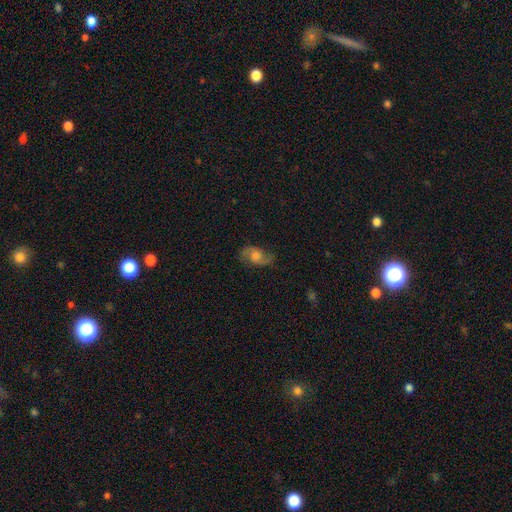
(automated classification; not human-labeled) Morphology: type=featured or disk (64%); edge-on=no (94%); bar=no (62%); spiral arms=yes (91%); winding=loose (50%); arm count=2 (89%); bulge=moderate (44%); merging=none (76%).